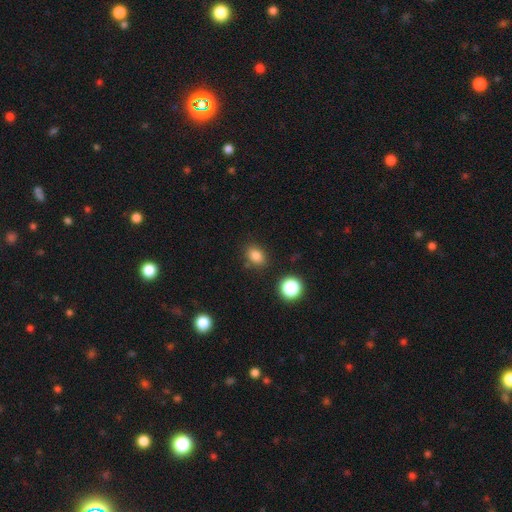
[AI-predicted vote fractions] Smooth or featured?
  - smooth: 82% *
  - star or artifact: 13%
  - featured or disk: 5%
How rounded?
  - in between: 66% *
  - round: 32%
  - cigar-shaped: 1%
Merging?
  - none: 81% *
  - minor disturbance: 12%
  - merger: 4%
  - major disturbance: 3%